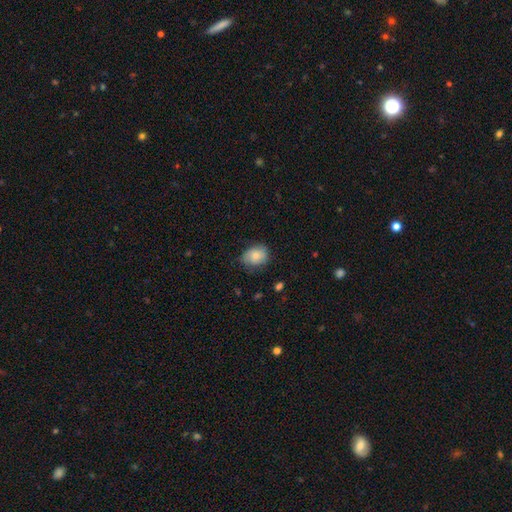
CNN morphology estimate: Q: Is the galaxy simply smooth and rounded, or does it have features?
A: smooth — 77%.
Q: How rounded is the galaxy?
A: in between — 51%.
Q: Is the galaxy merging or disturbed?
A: none — 67%.